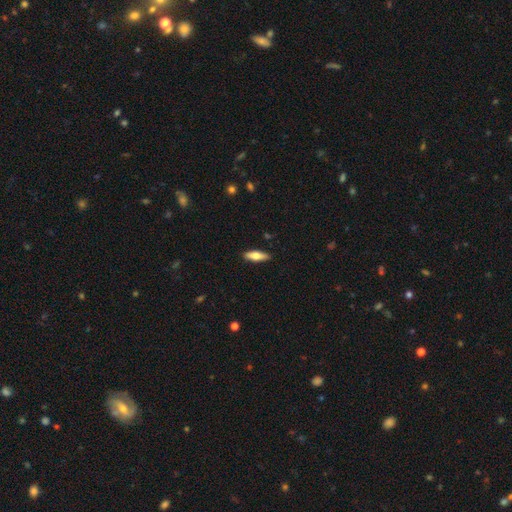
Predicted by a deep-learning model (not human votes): A smooth galaxy with no disk features (67%) that is in between round and cigar-shaped (53%).

Vote fractions:
- Smooth or featured? smooth: 67% / featured or disk: 27% / star or artifact: 6%
- How rounded? in between: 53% / cigar-shaped: 45% / round: 2%
- Merging? none: 89% / minor disturbance: 8% / major disturbance: 2% / merger: 1%